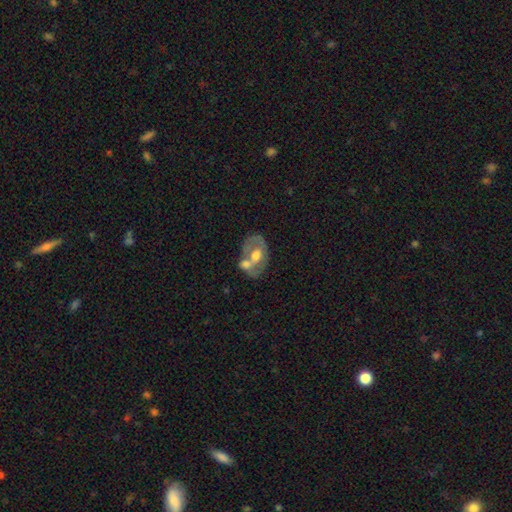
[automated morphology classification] Smooth or featured? featured or disk (58%)
Edge-on disk? no (95%)
Bar? no (71%)
Spiral arms? no (71%)
Bulge size? moderate (64%)
Merging? merger (47%)